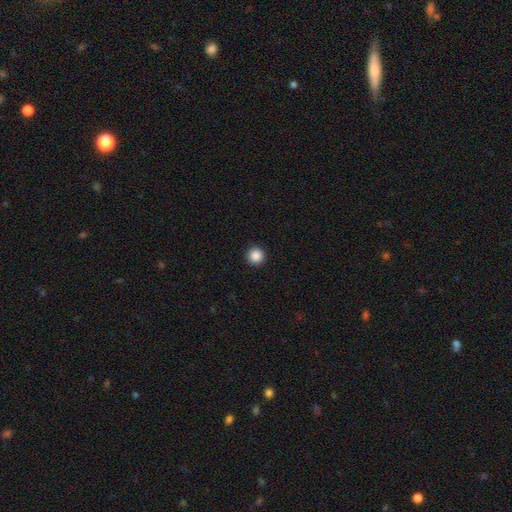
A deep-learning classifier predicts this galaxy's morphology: smooth 88%, star or artifact 9%, featured or disk 3%. Down the decision tree: how rounded — round (96%); merging — none (94%).